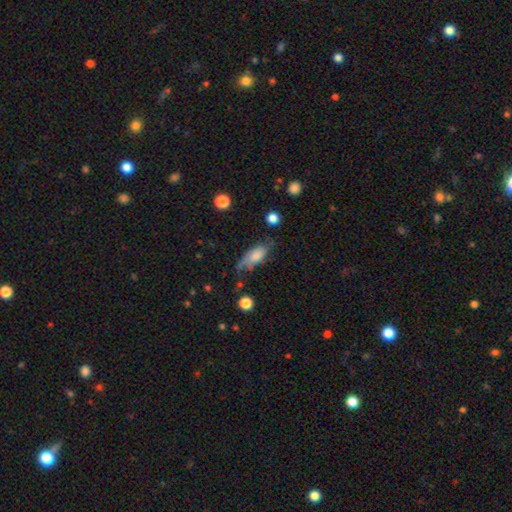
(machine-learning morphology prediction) The model was most divided on "merging": none: 43%, minor disturbance: 33%, major disturbance: 19%, merger: 4%. More confident: how rounded — in between (78%); smooth or featured — smooth (60%).